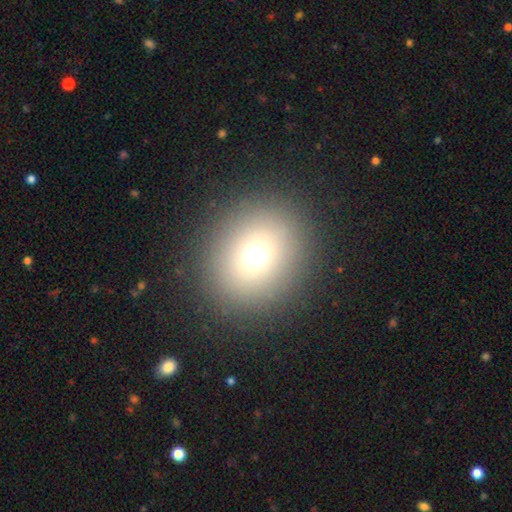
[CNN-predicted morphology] Smooth or featured? Predicted: smooth (p=0.70). How rounded? Predicted: round (p=0.81). Merging? Predicted: none (p=0.90).